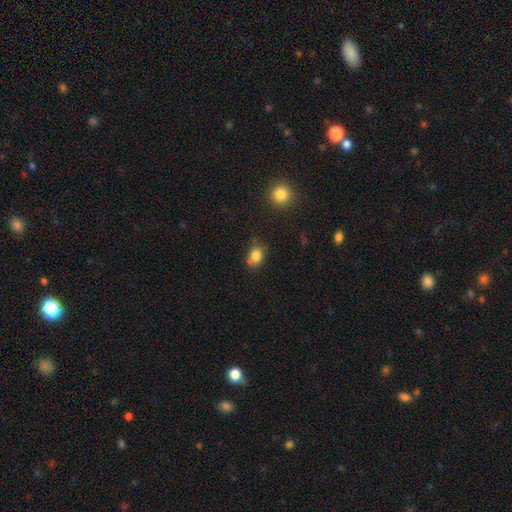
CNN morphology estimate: type=smooth (82%); roundness=in between (64%); merging=none (59%).